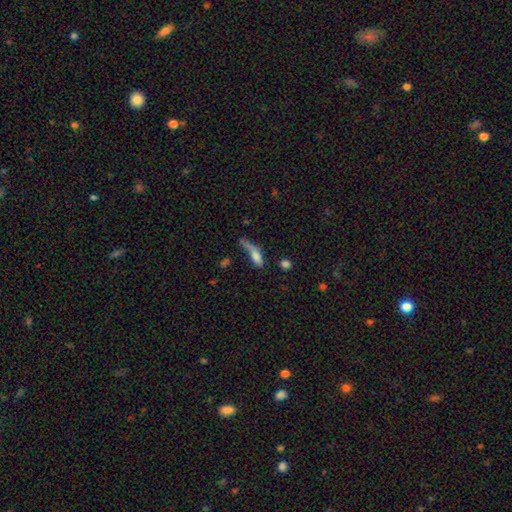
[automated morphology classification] Smooth or featured? Predicted: smooth (p=0.68). How rounded? Predicted: cigar-shaped (p=0.56). Merging? Predicted: major disturbance (p=0.31).